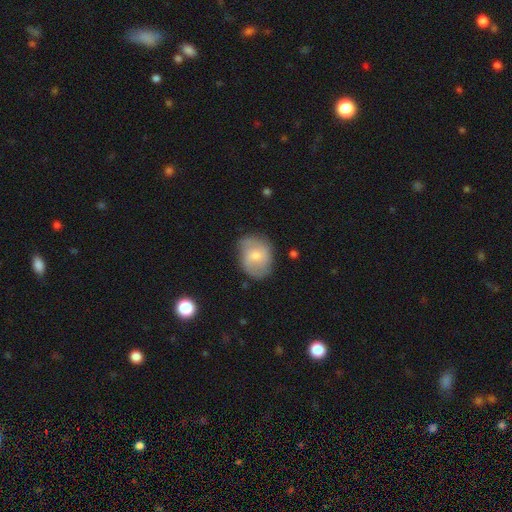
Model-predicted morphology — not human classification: smooth-or-featured: smooth: 55% | featured or disk: 38% | star or artifact: 7%
  how-rounded: in between: 51% | round: 48% | cigar-shaped: 1%
  merging: none: 63% | minor disturbance: 27% | major disturbance: 8% | merger: 2%